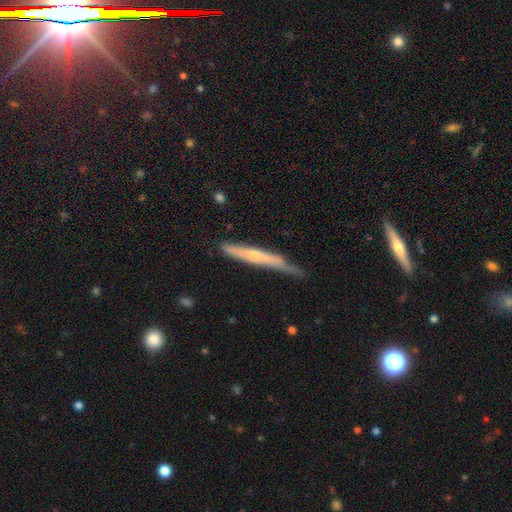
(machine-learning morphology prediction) smooth_or_featured: smooth (p=0.49) [alt: featured or disk p=0.45]
merging: none (p=0.60) [alt: minor disturbance p=0.31]